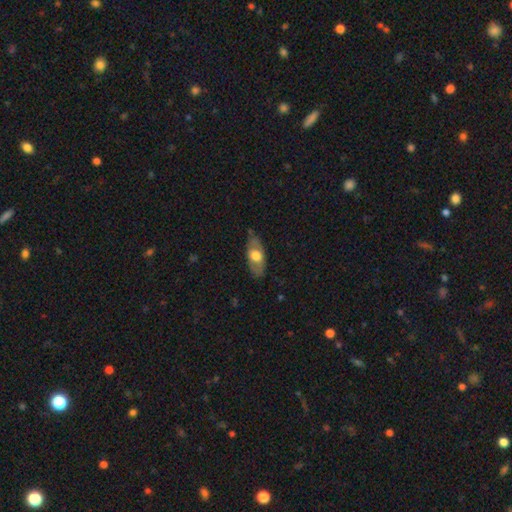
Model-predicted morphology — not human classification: Q: Smooth or featured?
A: smooth (58%); runner-up: featured or disk (36%)
Q: How rounded?
A: in between (84%); runner-up: cigar-shaped (12%)
Q: Merging?
A: none (74%); runner-up: minor disturbance (20%)